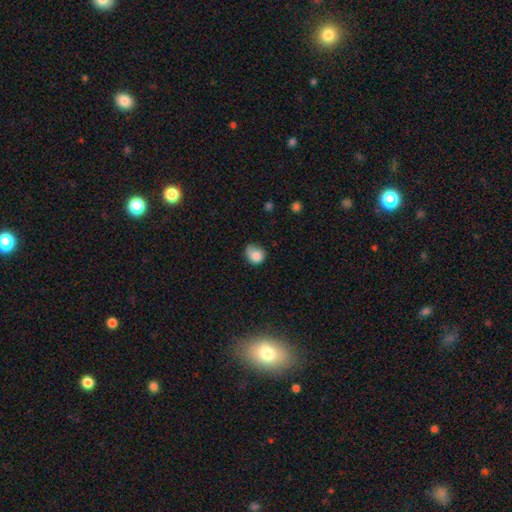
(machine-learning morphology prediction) Q: Smooth or featured?
A: smooth (83%); runner-up: star or artifact (9%)
Q: How rounded?
A: round (63%); runner-up: in between (36%)
Q: Merging?
A: none (47%); runner-up: minor disturbance (38%)